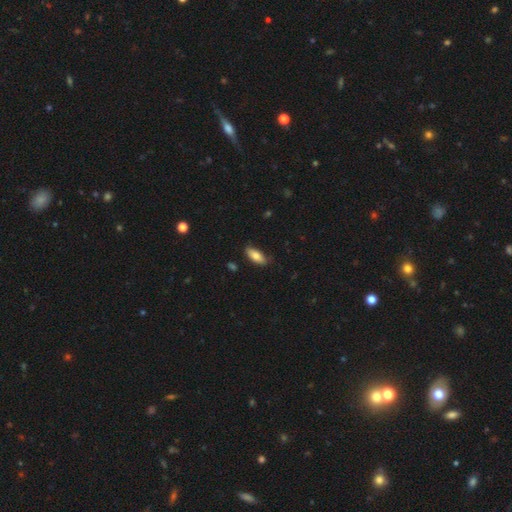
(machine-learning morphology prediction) smooth_or_featured: smooth (p=0.80) [alt: featured or disk p=0.14]
how_rounded: in between (p=0.81) [alt: cigar-shaped p=0.17]
merging: none (p=0.82) [alt: minor disturbance p=0.14]